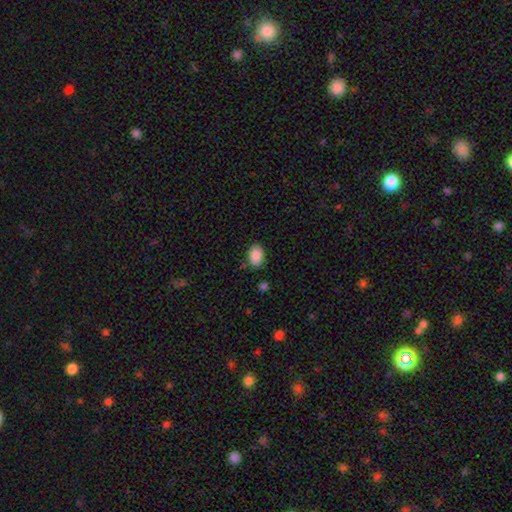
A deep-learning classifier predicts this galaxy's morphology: smooth-or-featured: smooth: 89% | star or artifact: 7% | featured or disk: 4%
  how-rounded: in between: 84% | round: 15% | cigar-shaped: 1%
  merging: none: 83% | minor disturbance: 12% | major disturbance: 3% | merger: 2%